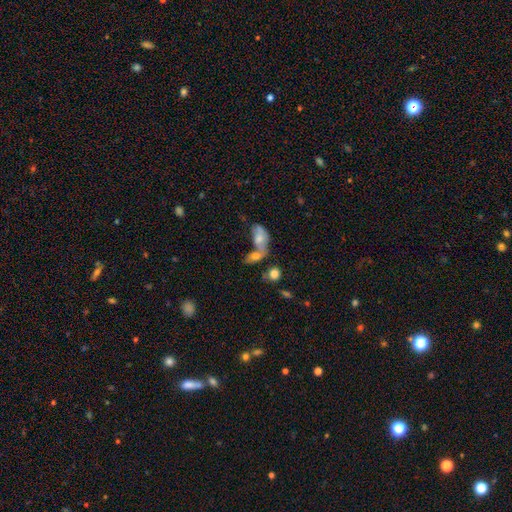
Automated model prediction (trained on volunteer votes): smooth_or_featured: smooth (p=0.43) [alt: featured or disk p=0.37]
merging: merger (p=0.51) [alt: none p=0.25]